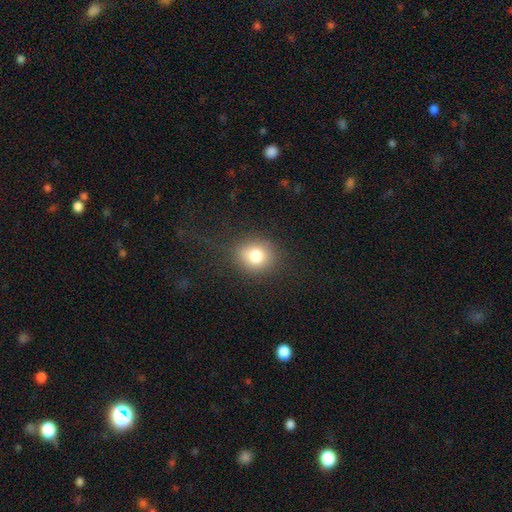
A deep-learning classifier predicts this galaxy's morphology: Overall: smooth (79%). How rounded: round (78%). Merging: none (81%).